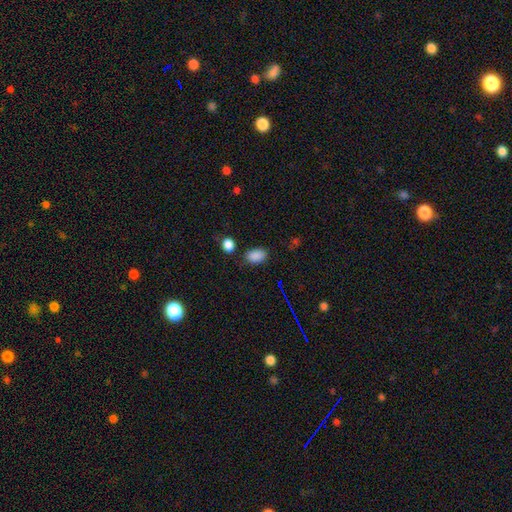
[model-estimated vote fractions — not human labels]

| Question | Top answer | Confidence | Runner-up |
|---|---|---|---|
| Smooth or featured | smooth | 86% | star or artifact (11%) |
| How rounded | in between | 89% | round (9%) |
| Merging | none | 78% | minor disturbance (14%) |